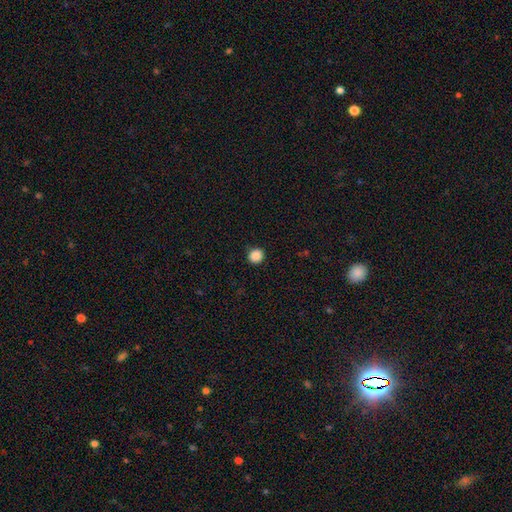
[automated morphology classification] Smooth or featured: smooth — 87% (star or artifact — 10%)
How rounded: round — 92% (in between — 7%)
Merging: none — 92% (minor disturbance — 5%)